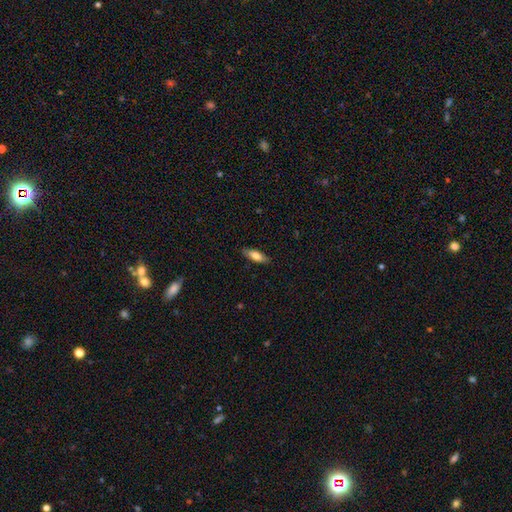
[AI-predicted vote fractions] smooth_or_featured: smooth (p=0.75) [alt: featured or disk p=0.19]
how_rounded: in between (p=0.59) [alt: cigar-shaped p=0.39]
merging: none (p=0.85) [alt: minor disturbance p=0.11]